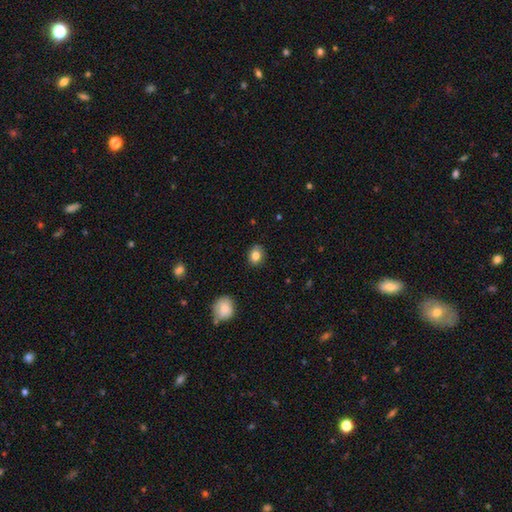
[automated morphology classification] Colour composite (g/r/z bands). It shows a smooth galaxy with no disk features (83%) that is round (53%). Merging: none (86%).